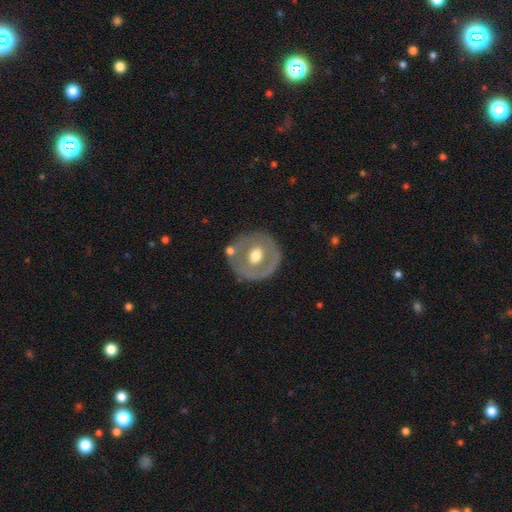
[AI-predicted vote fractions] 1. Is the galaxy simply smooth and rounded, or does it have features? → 53% featured or disk, 41% smooth, 6% star or artifact.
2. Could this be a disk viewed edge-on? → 94% no, 6% yes.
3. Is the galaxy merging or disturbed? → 73% none, 15% minor disturbance, 6% major disturbance, 6% merger.